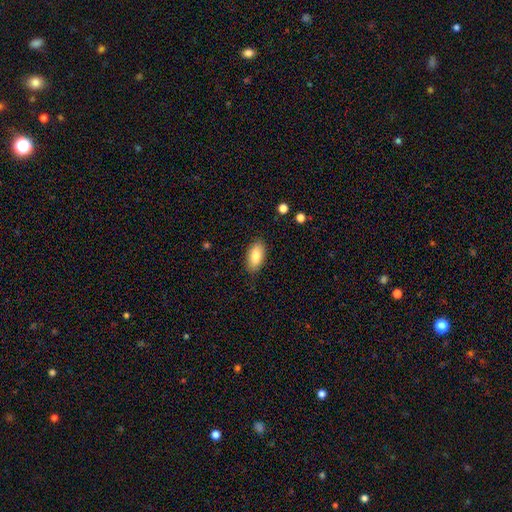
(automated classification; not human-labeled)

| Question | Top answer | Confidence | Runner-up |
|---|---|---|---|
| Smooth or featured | smooth | 81% | featured or disk (12%) |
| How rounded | in between | 91% | cigar-shaped (6%) |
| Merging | none | 86% | minor disturbance (10%) |